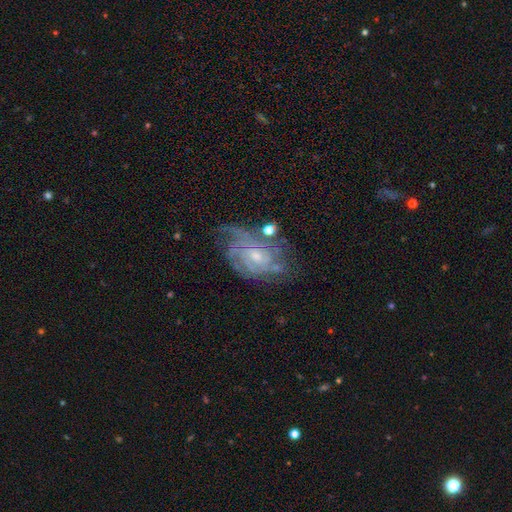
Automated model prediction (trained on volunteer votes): Smooth or featured: featured or disk — 84% (smooth — 8%)
Edge-on disk: no — 97% (yes — 3%)
Bar: no — 59% (weak — 35%)
Spiral arms: yes — 95% (no — 5%)
Spiral winding: tight — 62% (medium — 30%)
Spiral arm count: can't tell — 35% (3 — 20%)
Bulge size: small — 55% (moderate — 38%)
Merging: none — 58% (minor disturbance — 23%)